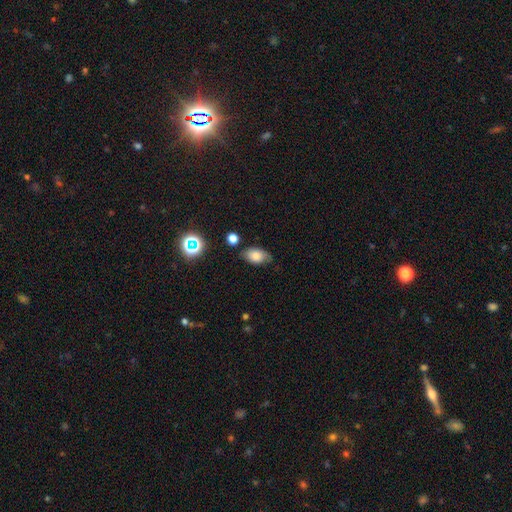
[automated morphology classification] This is likely a smooth galaxy (75%). How rounded: clearly in between (89%). Merging: likely none (69%).